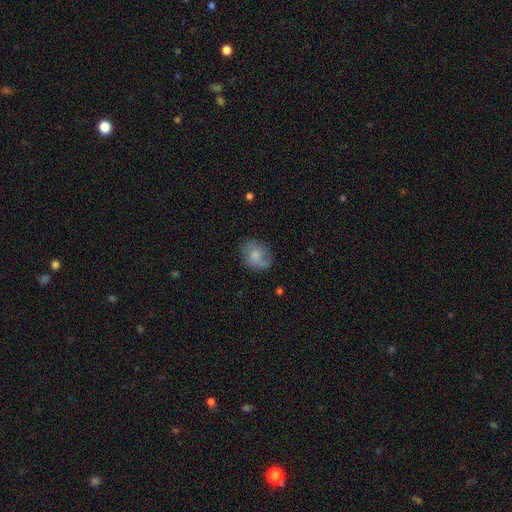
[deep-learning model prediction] This appears to be a smooth galaxy with no disk features (60%) that is in between round and cigar-shaped (57%). Merging: none (62%).